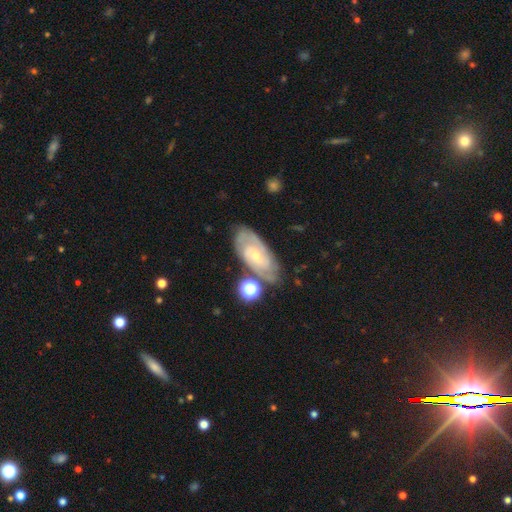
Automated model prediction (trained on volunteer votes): Overall: featured or disk (80%). Edge-on disk: no (94%). Bar: no (59%; weak 33%). Spiral arms: yes (95%). Spiral arm count: 2 (50%; can't tell 25%). Spiral winding: tight (62%; medium 31%). Bulge size: small (69%). Merging: none (72%).